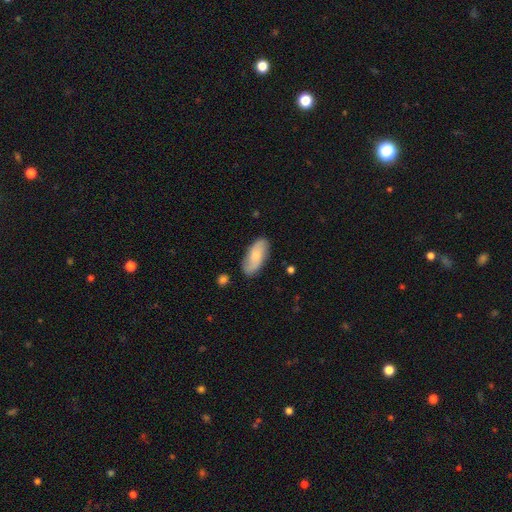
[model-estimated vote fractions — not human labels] Smooth or featured? smooth (63%)
How rounded? in between (86%)
Merging? none (81%)